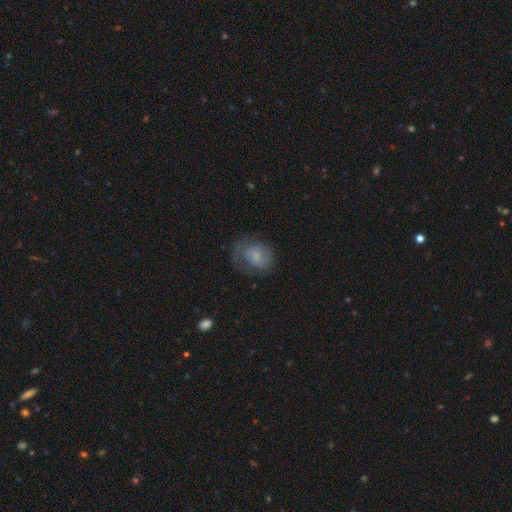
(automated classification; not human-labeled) Smooth or featured?
  - featured or disk: 49% *
  - smooth: 42%
  - star or artifact: 9%
Merging?
  - none: 52% *
  - major disturbance: 23%
  - minor disturbance: 23%
  - merger: 2%